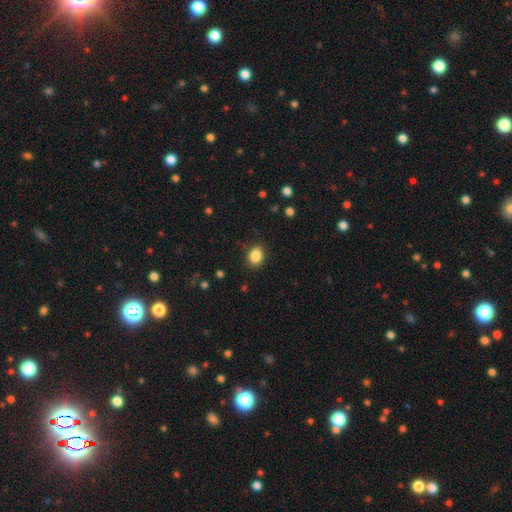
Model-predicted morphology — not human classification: The model was most divided on "how rounded": in between: 56%, round: 43%, cigar-shaped: 1%. More confident: smooth or featured — smooth (86%); merging — none (86%).